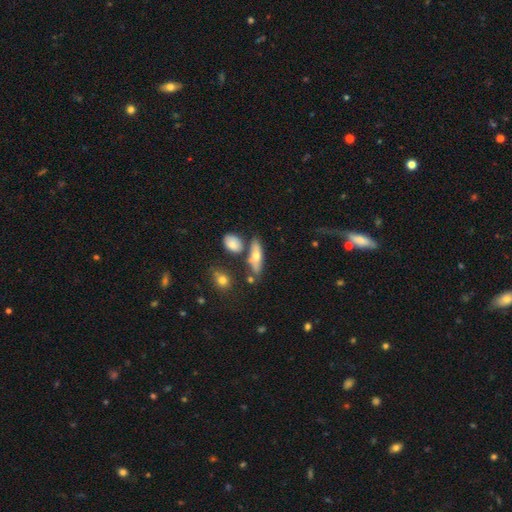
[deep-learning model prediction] A smooth galaxy with no disk features (54%) that is in between round and cigar-shaped (49%).

Vote fractions:
- Smooth or featured? smooth: 54% / featured or disk: 38% / star or artifact: 8%
- How rounded? in between: 49% / cigar-shaped: 46% / round: 5%
- Merging? none: 65% / merger: 16% / minor disturbance: 15% / major disturbance: 5%